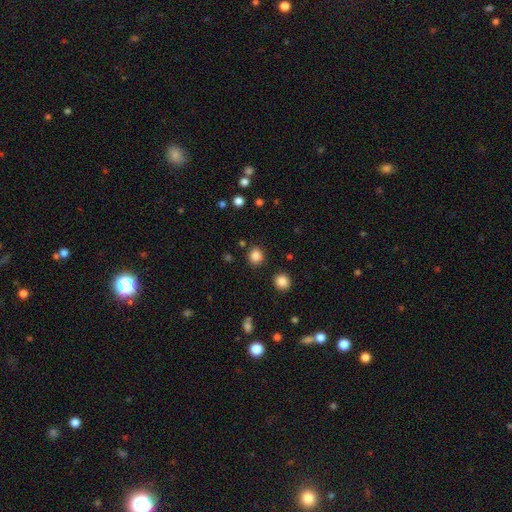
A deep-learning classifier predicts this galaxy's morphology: The model was most divided on "how rounded": round: 83%, in between: 16%, cigar-shaped: 1%. More confident: merging — none (87%); smooth or featured — smooth (85%).